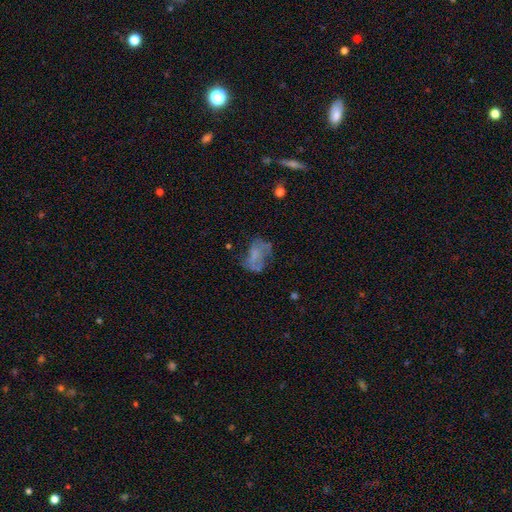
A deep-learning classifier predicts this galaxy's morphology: Overall: featured or disk (50%; smooth 35%). Edge-on disk: no (97%). Merging: none (42%; major disturbance 29%).